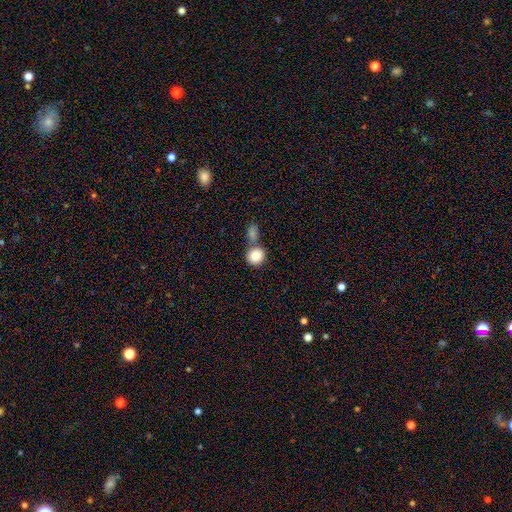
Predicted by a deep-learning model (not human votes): Smooth or featured: smooth — 85% (star or artifact — 8%)
How rounded: round — 87% (in between — 12%)
Merging: none — 52% (merger — 36%)